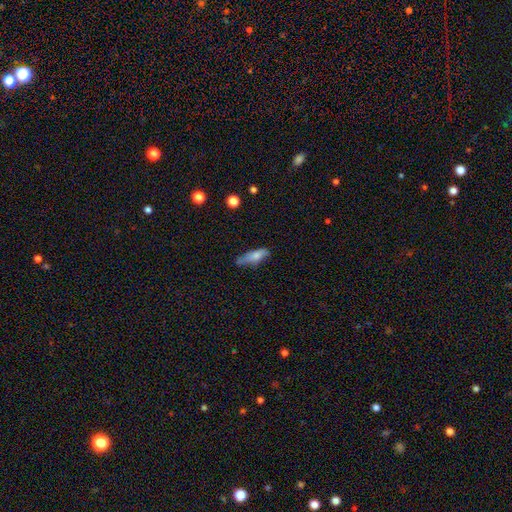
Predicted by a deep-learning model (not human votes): smooth_or_featured: smooth (p=0.67) [alt: featured or disk p=0.25]
how_rounded: cigar-shaped (p=0.56) [alt: in between p=0.41]
merging: none (p=0.59) [alt: minor disturbance p=0.30]